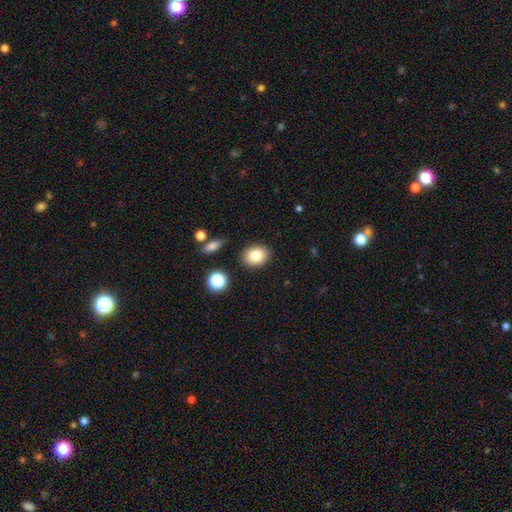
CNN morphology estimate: A smooth galaxy with no disk features (83%) that is in between round and cigar-shaped (59%). Merging: none (87%).